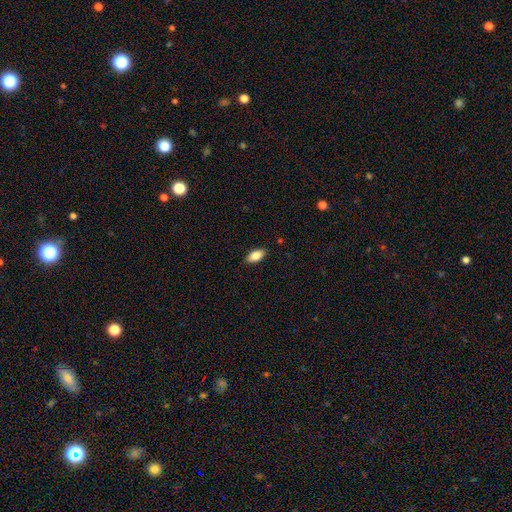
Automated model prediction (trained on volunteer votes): The model was most divided on "smooth or featured": smooth: 83%, featured or disk: 10%, star or artifact: 7%. More confident: how rounded — in between (90%); merging — none (88%).